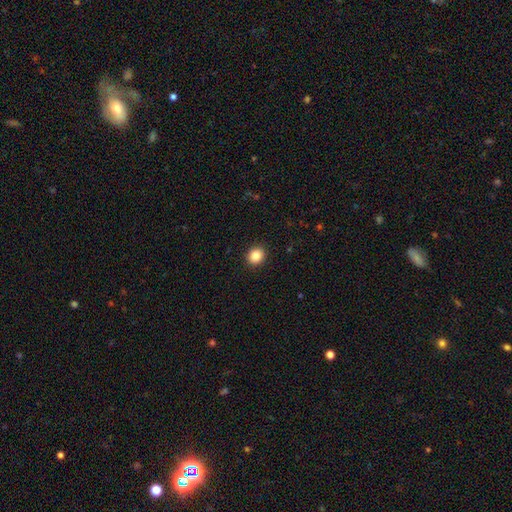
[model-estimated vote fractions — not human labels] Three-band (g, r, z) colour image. It shows a smooth galaxy with no disk features (86%) that is round (78%). Merging: none (92%).